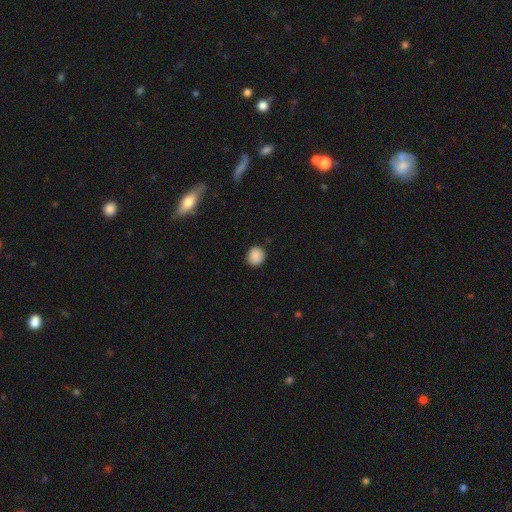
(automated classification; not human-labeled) smooth 89%, star or artifact 8%, featured or disk 3%. Down the decision tree: how rounded — round (81%); merging — none (88%).